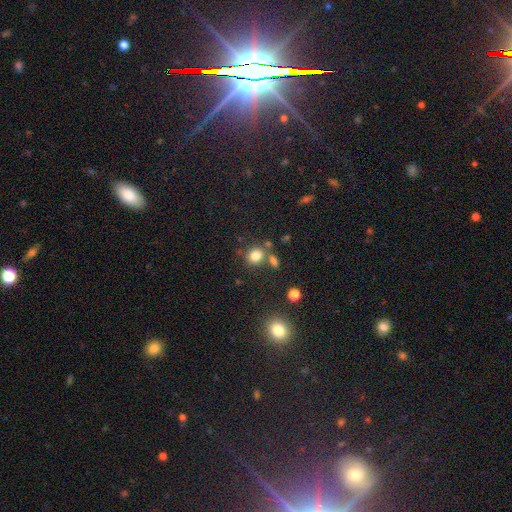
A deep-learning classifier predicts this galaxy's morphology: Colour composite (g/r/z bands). It shows a smooth galaxy with no disk features (80%) that is round (63%). Merging: none (67%).